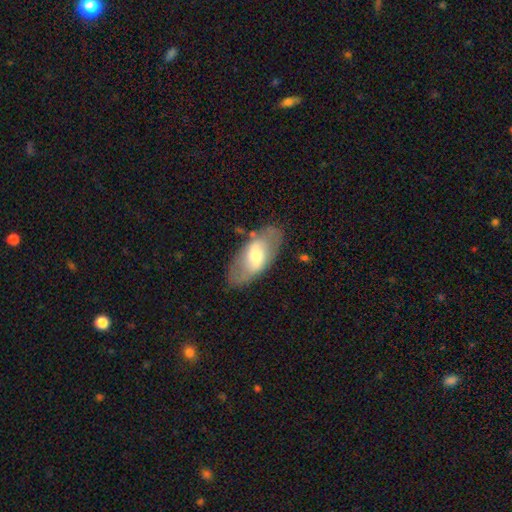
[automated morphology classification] This appears to be a smooth galaxy with no disk features (51%) that is in between round and cigar-shaped (91%). Merging: none (74%).